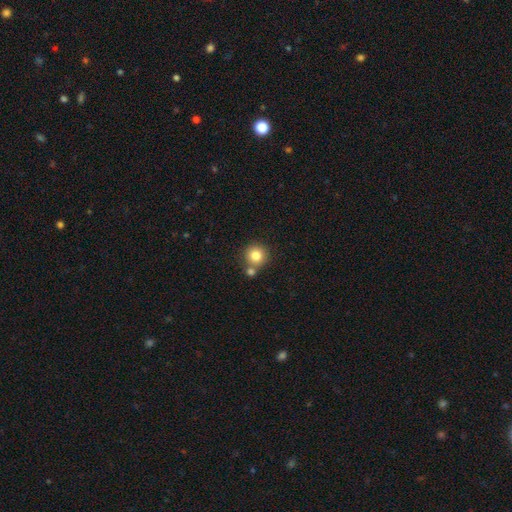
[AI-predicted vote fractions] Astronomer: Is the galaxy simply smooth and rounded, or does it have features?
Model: smooth — 82%.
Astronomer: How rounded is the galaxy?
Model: round — 92%.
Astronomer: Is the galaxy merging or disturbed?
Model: none — 64%.